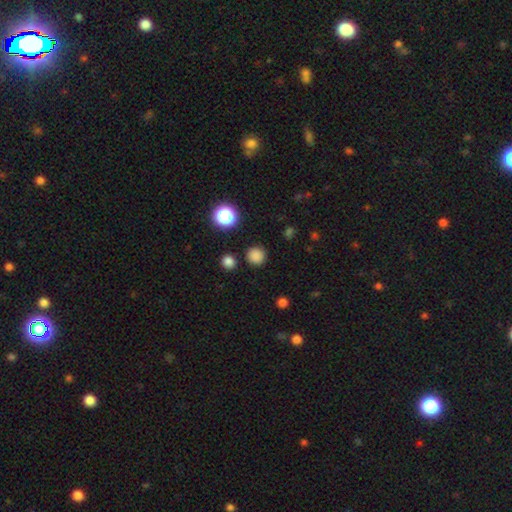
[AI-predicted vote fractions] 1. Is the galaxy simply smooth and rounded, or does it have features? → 82% smooth, 15% star or artifact, 4% featured or disk.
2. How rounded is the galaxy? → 94% round, 5% in between, 1% cigar-shaped.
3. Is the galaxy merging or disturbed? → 87% none, 7% minor disturbance, 3% merger, 3% major disturbance.